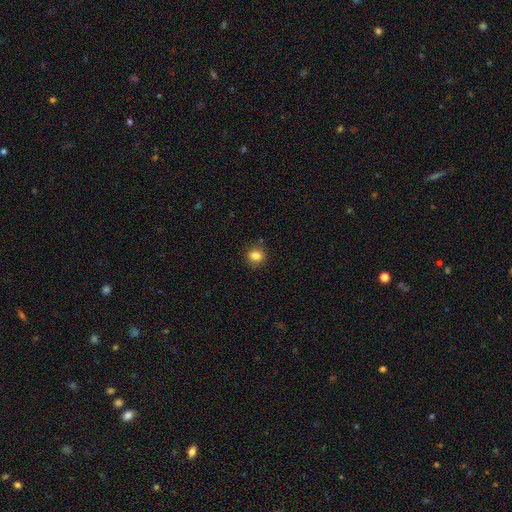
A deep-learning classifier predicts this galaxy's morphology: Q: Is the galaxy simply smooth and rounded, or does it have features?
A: smooth — 84%.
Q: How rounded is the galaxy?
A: round — 79%.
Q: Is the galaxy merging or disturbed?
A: none — 88%.